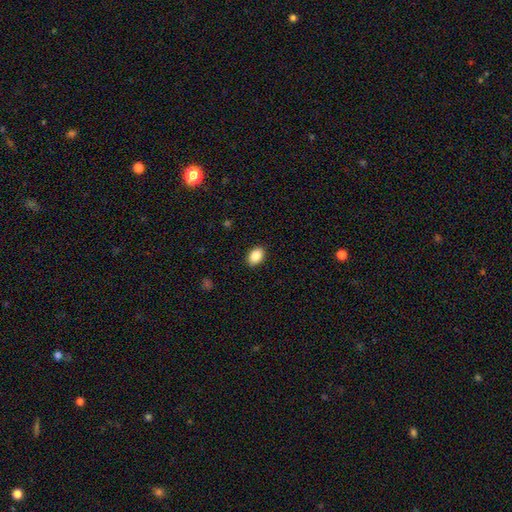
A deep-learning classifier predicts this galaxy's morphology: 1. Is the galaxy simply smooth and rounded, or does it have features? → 88% smooth, 8% star or artifact, 4% featured or disk.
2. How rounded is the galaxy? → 82% in between, 17% round, 1% cigar-shaped.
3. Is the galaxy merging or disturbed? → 90% none, 7% minor disturbance, 2% major disturbance, 1% merger.